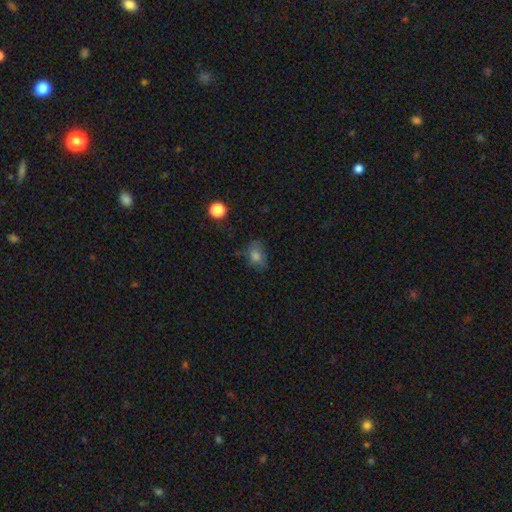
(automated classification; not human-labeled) A smooth galaxy with no disk features (73%) that is in between round and cigar-shaped (67%). Merging: none (62%).